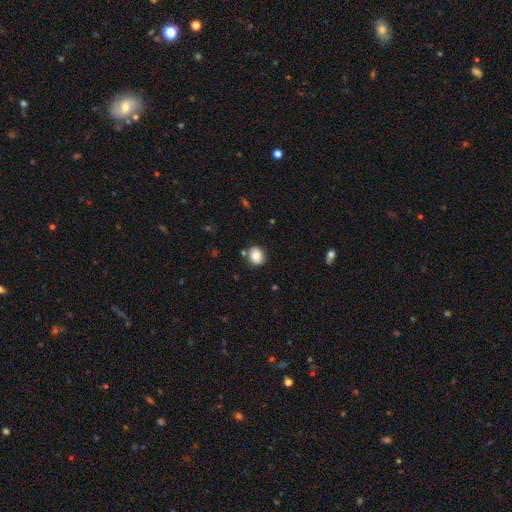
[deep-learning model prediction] This is likely a smooth galaxy (78%). How rounded: likely round (67%). Merging: likely none (79%).